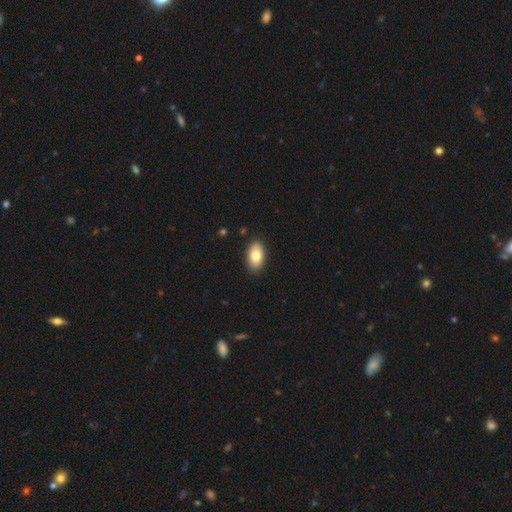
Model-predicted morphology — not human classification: A smooth galaxy with no disk features (80%) that is in between round and cigar-shaped (93%). Merging: none (89%).